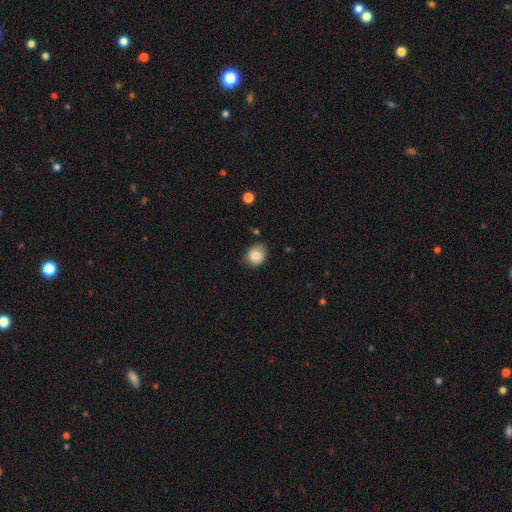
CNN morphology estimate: This is clearly a smooth galaxy (86%). How rounded: likely round (66%). Merging: likely none (76%).